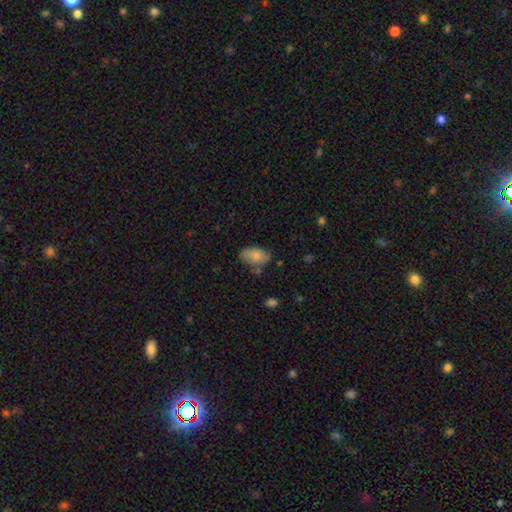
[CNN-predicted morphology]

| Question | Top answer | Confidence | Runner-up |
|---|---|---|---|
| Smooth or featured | smooth | 71% | featured or disk (22%) |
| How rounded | in between | 93% | round (5%) |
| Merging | none | 64% | minor disturbance (25%) |